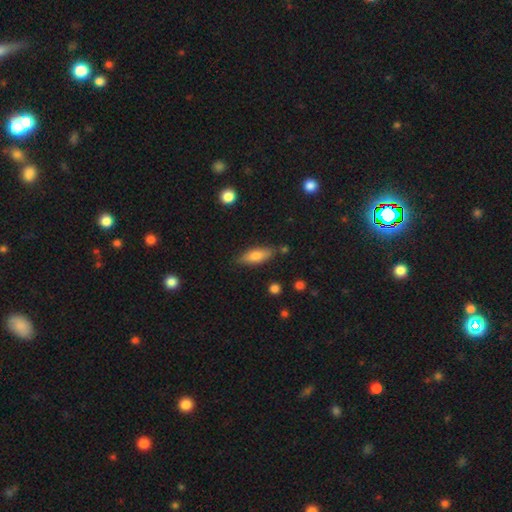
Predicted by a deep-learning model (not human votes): The model was most divided on "how rounded": in between: 61%, cigar-shaped: 36%, round: 3%. More confident: merging — none (79%); smooth or featured — smooth (70%).